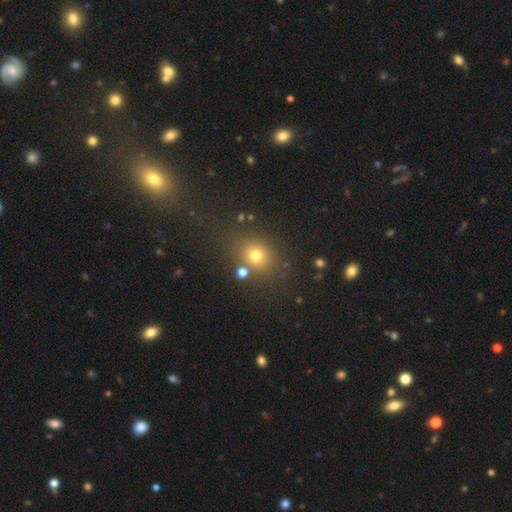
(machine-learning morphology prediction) type=smooth (72%); roundness=round (69%); merging=none (77%).